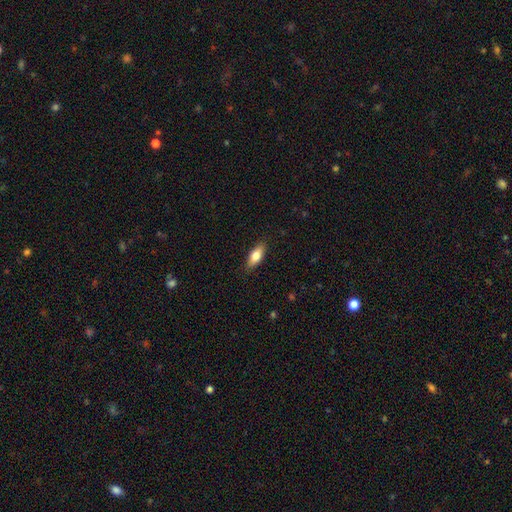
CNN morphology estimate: A smooth galaxy with no disk features (77%) that is in between round and cigar-shaped (79%).

Vote fractions:
- Smooth or featured? smooth: 77% / featured or disk: 16% / star or artifact: 7%
- How rounded? in between: 79% / cigar-shaped: 18% / round: 3%
- Merging? none: 86% / minor disturbance: 10% / major disturbance: 2% / merger: 1%